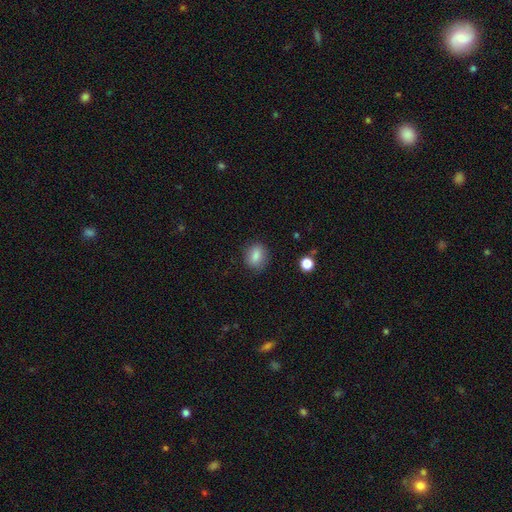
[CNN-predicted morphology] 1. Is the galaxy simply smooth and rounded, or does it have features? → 83% smooth, 9% star or artifact, 7% featured or disk.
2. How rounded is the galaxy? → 53% round, 46% in between, 2% cigar-shaped.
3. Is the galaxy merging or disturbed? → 84% none, 11% minor disturbance, 3% major disturbance, 1% merger.